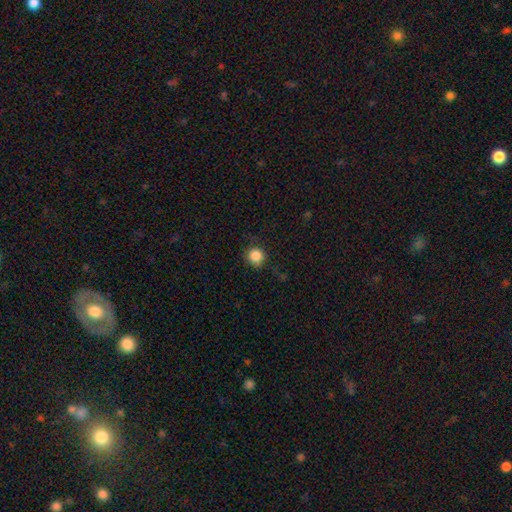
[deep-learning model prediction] A smooth galaxy with no disk features (85%) that is round (90%). Merging: none (80%).